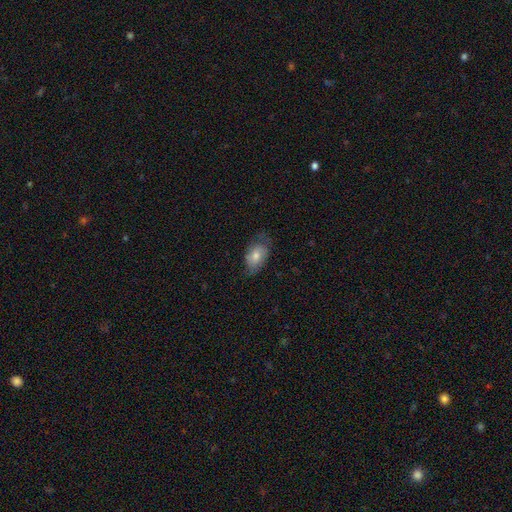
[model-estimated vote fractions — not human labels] This appears to be a smooth galaxy with no disk features (58%) that is in between round and cigar-shaped (86%). Merging: none (62%).